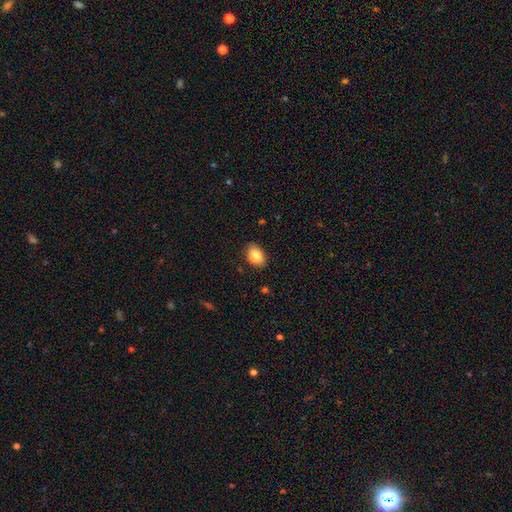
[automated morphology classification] Smooth or featured: smooth — 85% (star or artifact — 8%)
How rounded: in between — 82% (round — 17%)
Merging: none — 85% (minor disturbance — 11%)